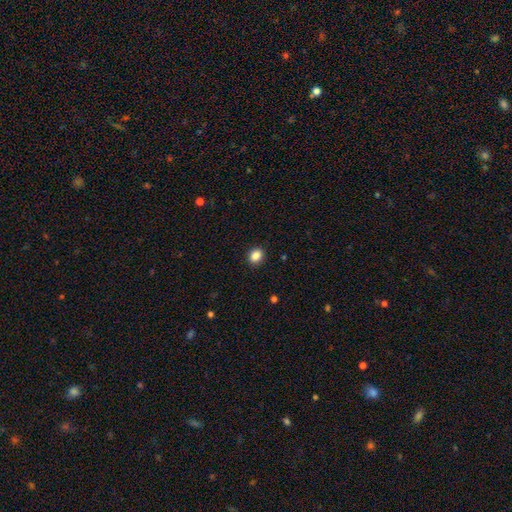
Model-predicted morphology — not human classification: Smooth or featured: smooth — 87% (star or artifact — 10%)
How rounded: round — 59% (in between — 40%)
Merging: none — 91% (minor disturbance — 6%)